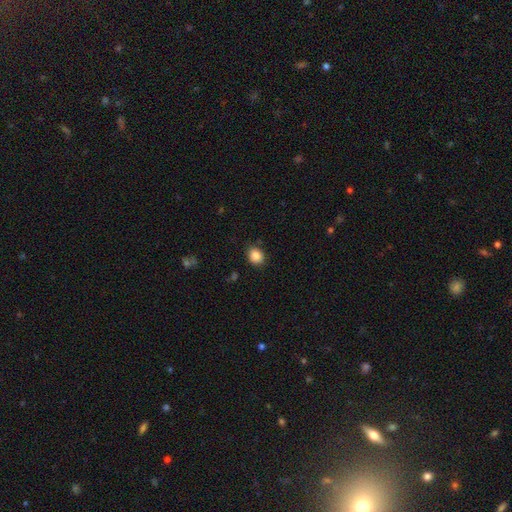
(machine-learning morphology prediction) Smooth or featured? Predicted: smooth (p=0.87). How rounded? Predicted: round (p=0.63). Merging? Predicted: none (p=0.85).